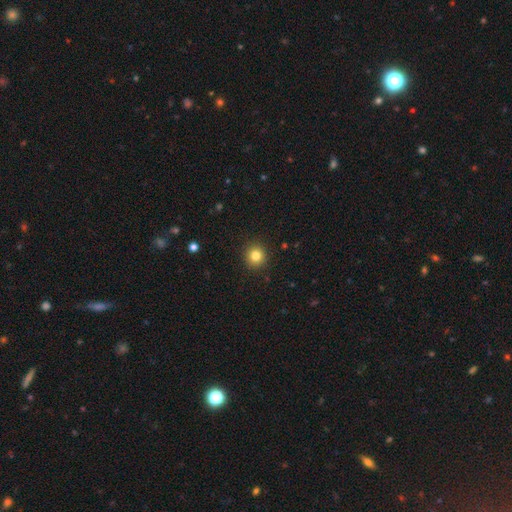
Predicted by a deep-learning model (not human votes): Smooth or featured?
  - smooth: 82% *
  - star or artifact: 12%
  - featured or disk: 6%
How rounded?
  - round: 93% *
  - in between: 6%
  - cigar-shaped: 1%
Merging?
  - none: 92% *
  - minor disturbance: 5%
  - major disturbance: 2%
  - merger: 1%